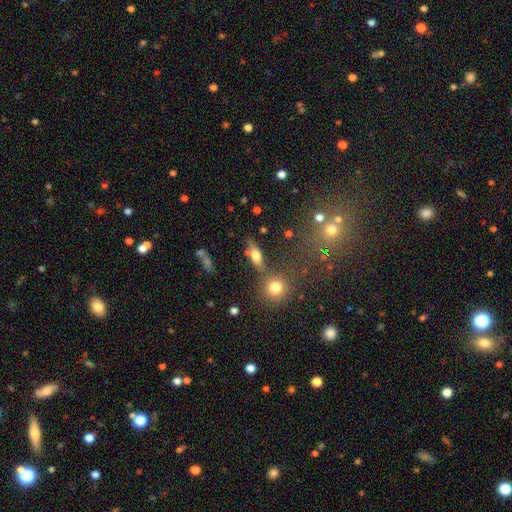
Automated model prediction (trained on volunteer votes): A smooth galaxy with no disk features (51%) that is in between round and cigar-shaped (57%). Merging: none (64%).